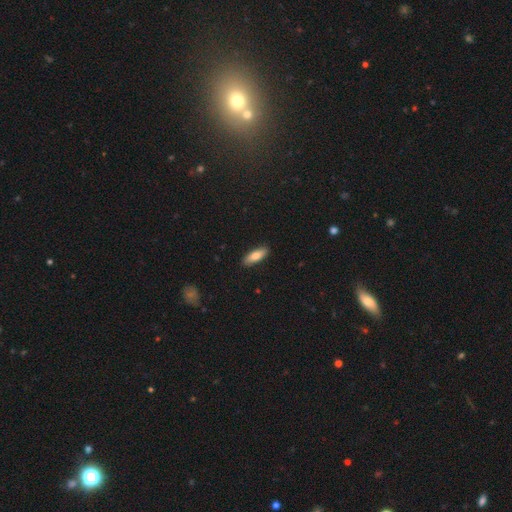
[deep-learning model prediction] Smooth or featured? smooth (79%)
How rounded? in between (65%)
Merging? none (89%)